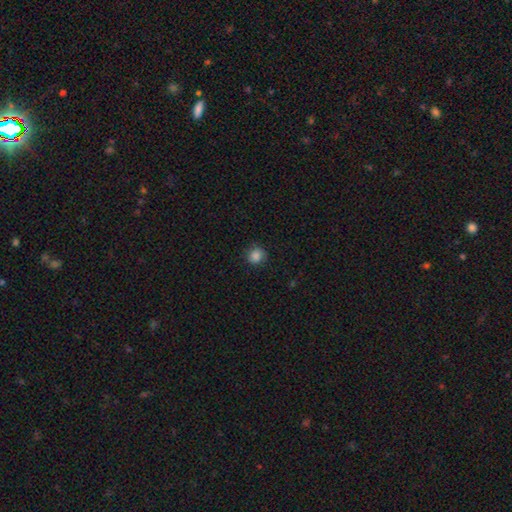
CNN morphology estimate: Overall: smooth (86%). How rounded: round (85%). Merging: none (82%).